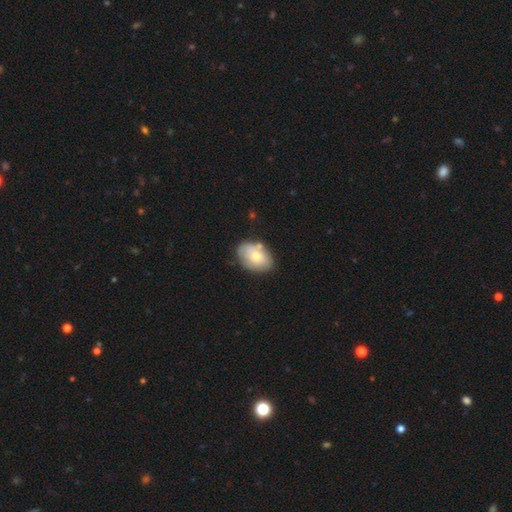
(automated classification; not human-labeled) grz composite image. It shows a smooth galaxy with no disk features (70%) that is in between round and cigar-shaped (86%). Merging: none (69%).